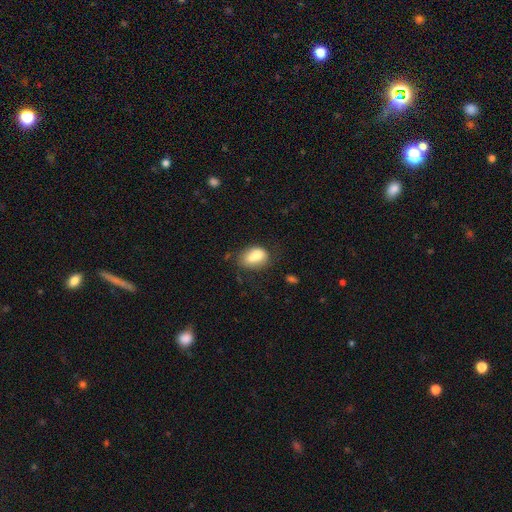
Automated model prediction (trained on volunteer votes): This is likely a smooth galaxy (70%). How rounded: likely in between (71%). Merging: marginally merger (43%).